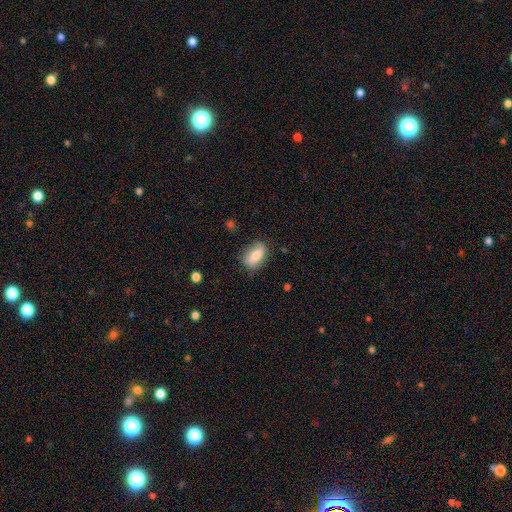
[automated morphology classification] The model was most divided on "smooth or featured": smooth: 74%, featured or disk: 19%, star or artifact: 7%. More confident: how rounded — in between (85%); merging — none (78%).